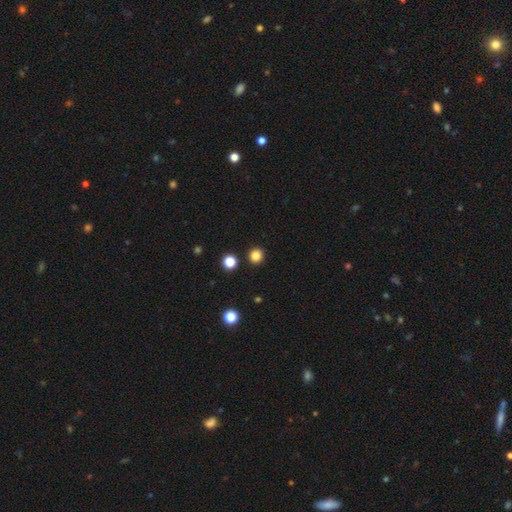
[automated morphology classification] Smooth or featured?
  - smooth: 83% *
  - star or artifact: 13%
  - featured or disk: 4%
How rounded?
  - round: 93% *
  - in between: 6%
  - cigar-shaped: 1%
Merging?
  - none: 91% *
  - minor disturbance: 5%
  - merger: 2%
  - major disturbance: 2%